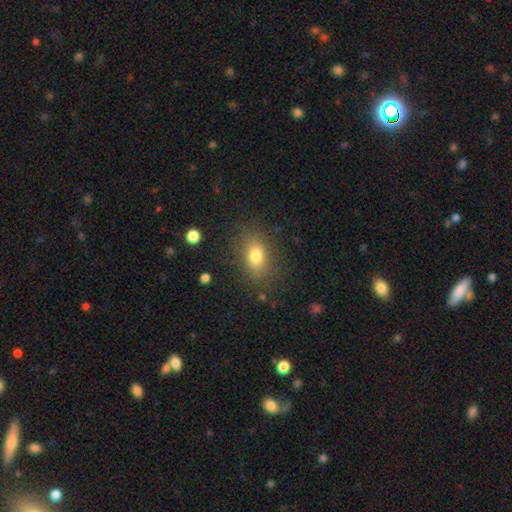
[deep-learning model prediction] The model was most divided on "how rounded": in between: 76%, round: 21%, cigar-shaped: 2%. More confident: merging — none (81%); smooth or featured — smooth (78%).